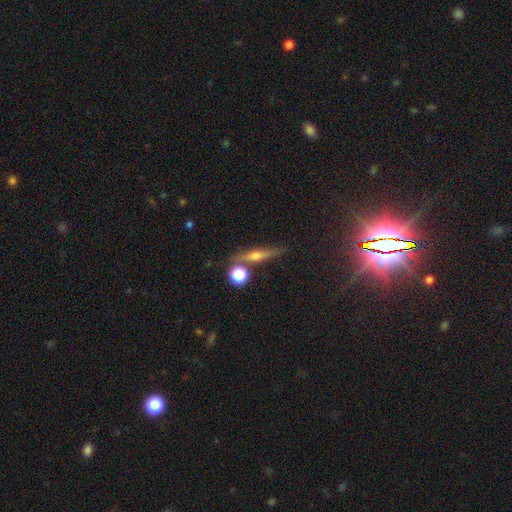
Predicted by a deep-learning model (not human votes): smooth-or-featured: featured or disk: 54% | smooth: 32% | star or artifact: 14%
  disk-edge-on: yes: 92% | no: 8%
  merging: none: 75% | minor disturbance: 11% | merger: 10% | major disturbance: 4%